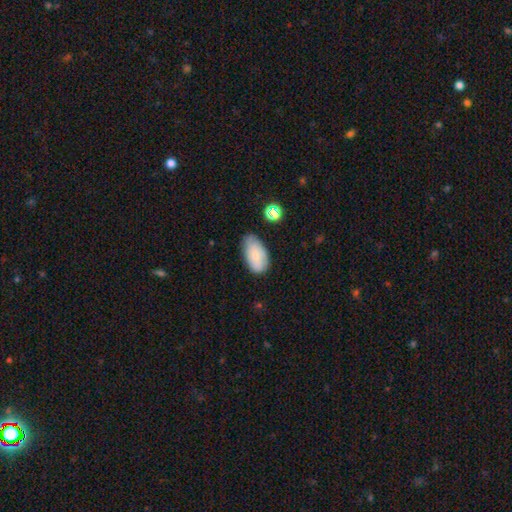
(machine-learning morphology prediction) Smooth or featured? smooth (78%)
How rounded? in between (94%)
Merging? none (63%)